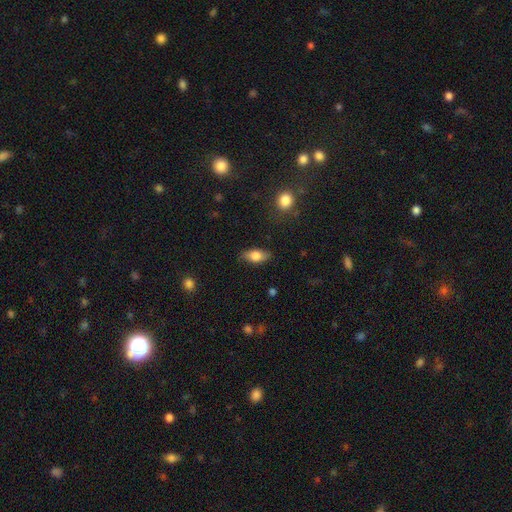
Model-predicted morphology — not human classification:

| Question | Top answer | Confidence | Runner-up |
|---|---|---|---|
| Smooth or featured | smooth | 74% | featured or disk (19%) |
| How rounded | in between | 85% | cigar-shaped (10%) |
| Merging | none | 81% | minor disturbance (14%) |